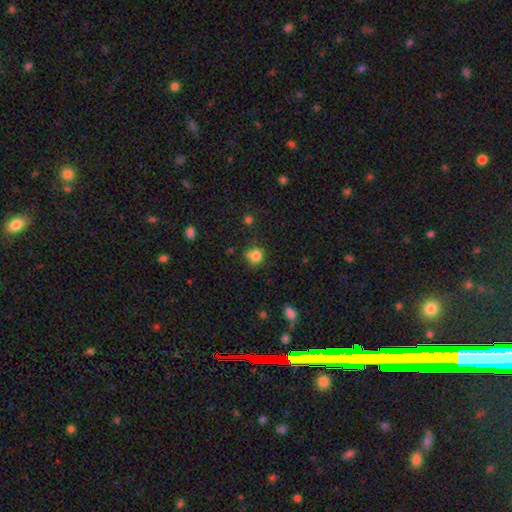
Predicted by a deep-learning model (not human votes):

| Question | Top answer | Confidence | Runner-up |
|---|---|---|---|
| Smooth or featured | smooth | 81% | star or artifact (13%) |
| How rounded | round | 79% | in between (20%) |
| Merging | none | 61% | minor disturbance (21%) |